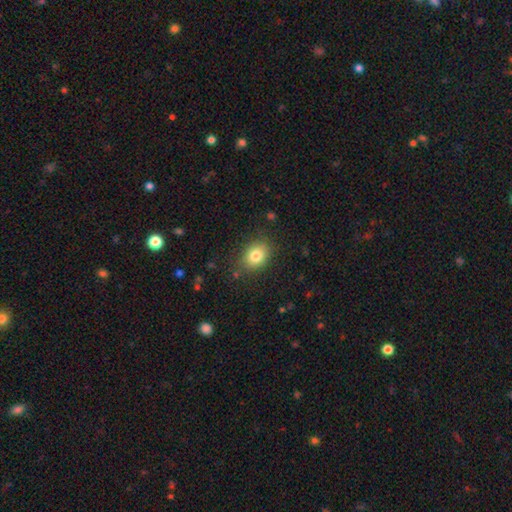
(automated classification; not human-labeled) Smooth or featured: smooth — 81% (star or artifact — 10%)
How rounded: in between — 57% (round — 42%)
Merging: none — 82% (minor disturbance — 13%)